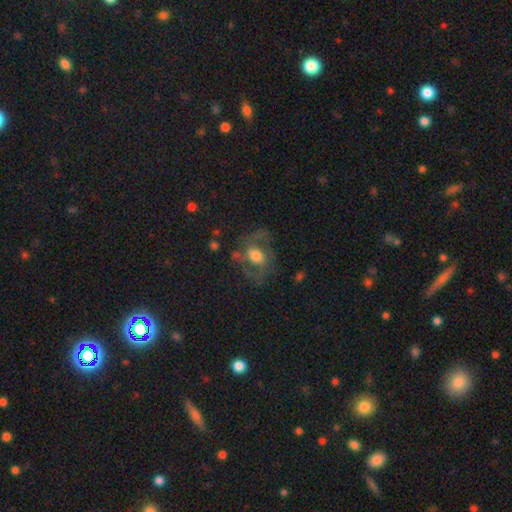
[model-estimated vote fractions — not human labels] smooth_or_featured: featured or disk (p=0.59) [alt: smooth p=0.31]
disk_edge_on: no (p=0.96) [alt: yes p=0.04]
bar: no (p=0.58) [alt: weak p=0.32]
has_spiral_arms: yes (p=0.67) [alt: no p=0.33]
bulge_size: moderate (p=0.55) [alt: large p=0.29]
merging: none (p=0.57) [alt: minor disturbance p=0.20]